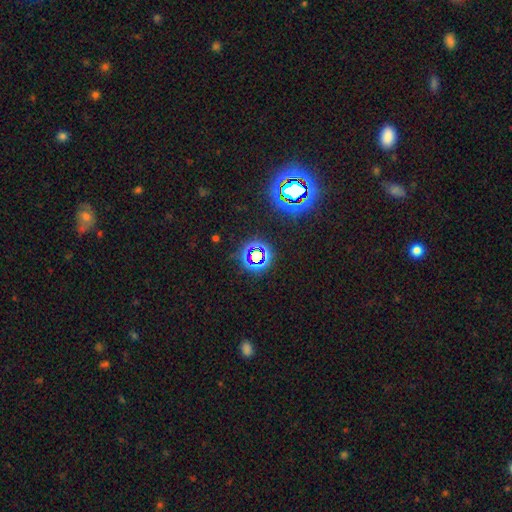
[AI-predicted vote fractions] Morphology: type=star or artifact (72%).